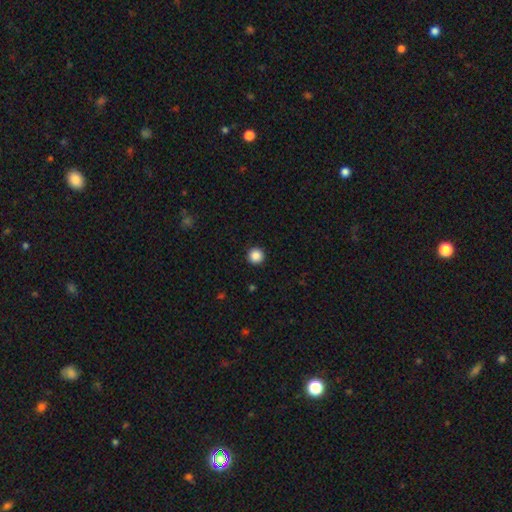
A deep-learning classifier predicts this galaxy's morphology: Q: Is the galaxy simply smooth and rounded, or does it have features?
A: smooth — 87%.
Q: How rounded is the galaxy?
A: round — 97%.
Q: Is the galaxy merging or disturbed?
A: none — 94%.